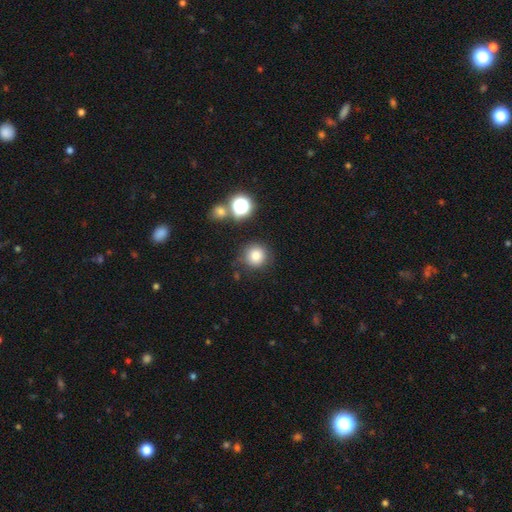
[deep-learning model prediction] Smooth or featured: smooth — 81% (star or artifact — 13%)
How rounded: round — 93% (in between — 6%)
Merging: none — 79% (minor disturbance — 12%)